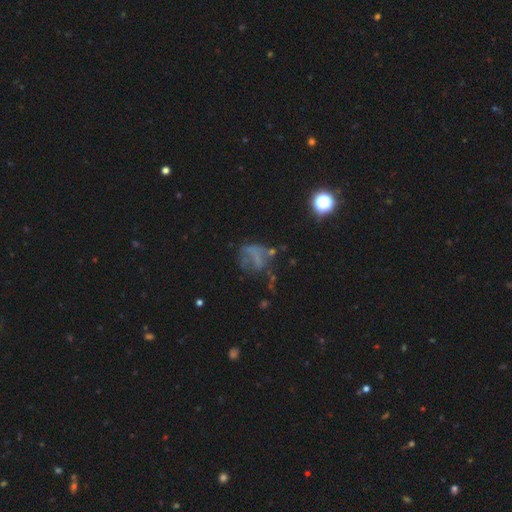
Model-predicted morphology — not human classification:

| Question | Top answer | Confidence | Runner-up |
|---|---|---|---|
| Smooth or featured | featured or disk | 38% | smooth (36%) |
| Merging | none | 38% | major disturbance (35%) |